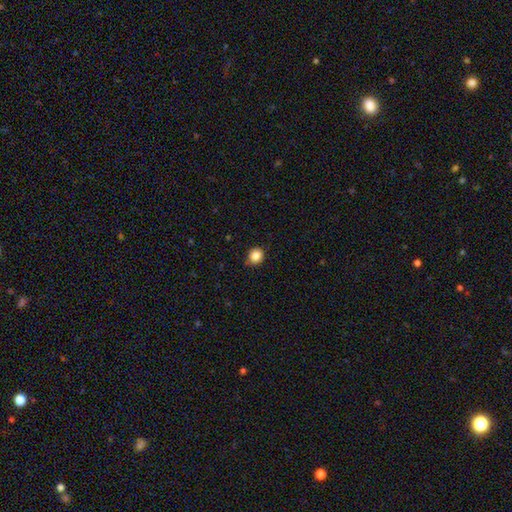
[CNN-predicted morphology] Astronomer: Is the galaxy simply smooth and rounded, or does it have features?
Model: smooth — 85%.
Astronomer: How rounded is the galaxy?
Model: round — 78%.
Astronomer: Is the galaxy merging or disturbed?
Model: none — 84%.